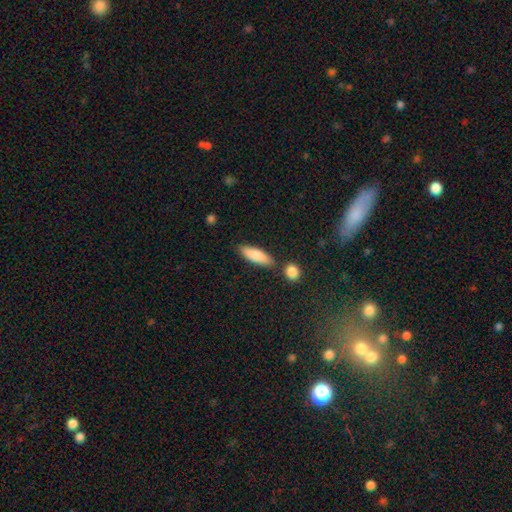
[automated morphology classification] Q: Smooth or featured?
A: smooth (83%); runner-up: featured or disk (11%)
Q: How rounded?
A: in between (55%); runner-up: cigar-shaped (43%)
Q: Merging?
A: none (76%); runner-up: minor disturbance (12%)